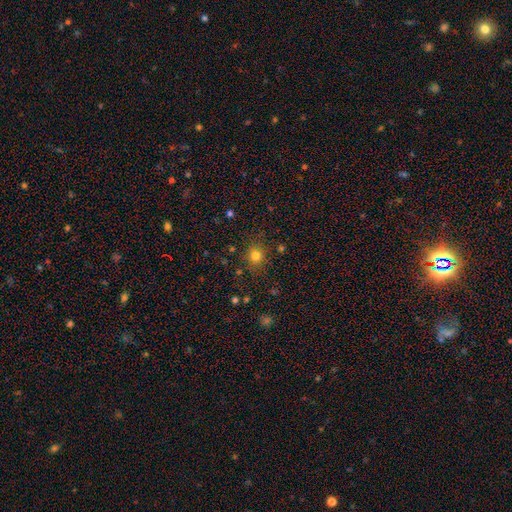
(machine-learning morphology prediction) The model was most divided on "smooth or featured": smooth: 78%, star or artifact: 16%, featured or disk: 6%. More confident: merging — none (83%); how rounded — round (81%).